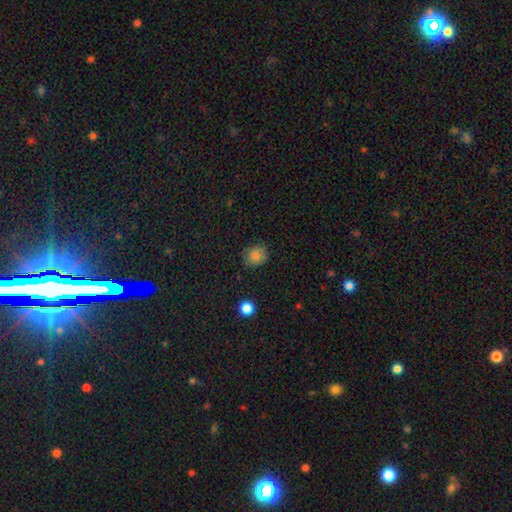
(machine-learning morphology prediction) smooth 83%, star or artifact 11%, featured or disk 7%. Down the decision tree: how rounded — round (79%); merging — none (83%).